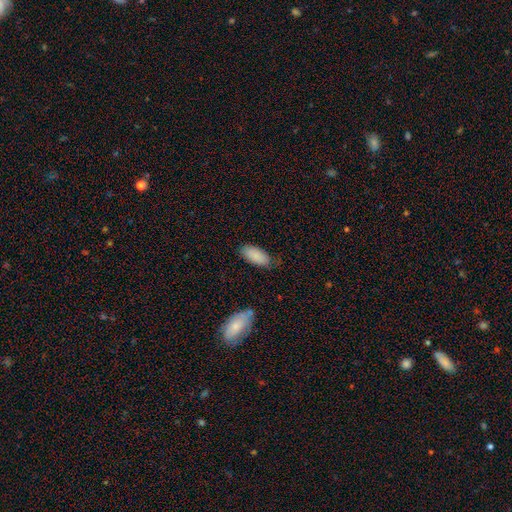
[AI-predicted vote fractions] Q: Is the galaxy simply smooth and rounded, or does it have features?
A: smooth — 87%.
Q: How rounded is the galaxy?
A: in between — 91%.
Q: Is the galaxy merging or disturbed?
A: none — 74%.